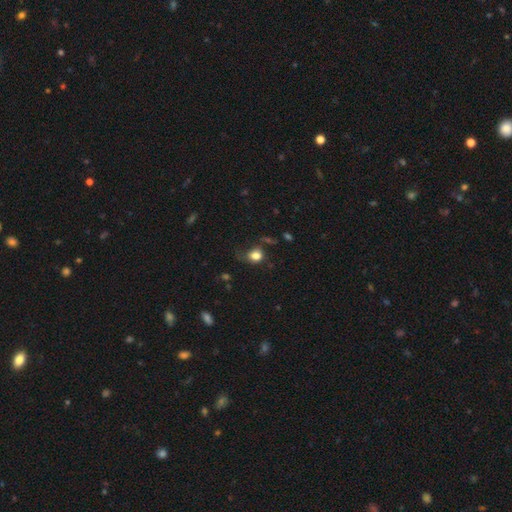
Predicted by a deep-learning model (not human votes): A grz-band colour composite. It shows a smooth galaxy with no disk features (81%) that is round (62%). Merging: none (53%).